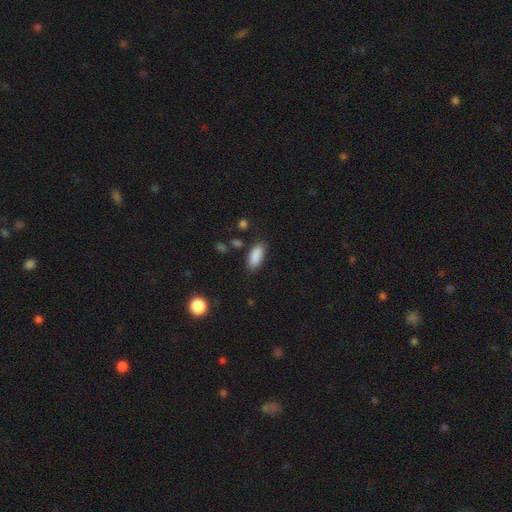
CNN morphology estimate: Overall: smooth (89%). How rounded: in between (83%). Merging: none (83%).